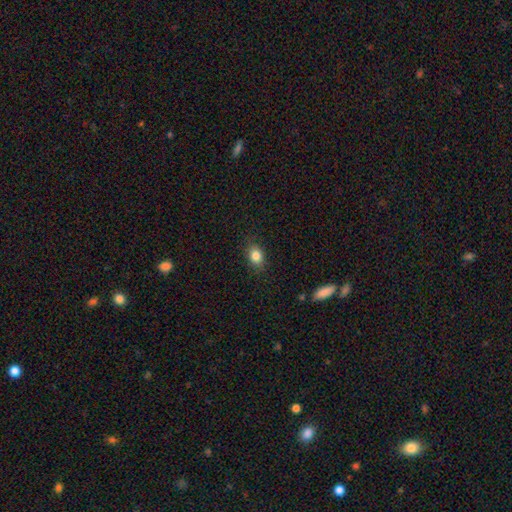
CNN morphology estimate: type=smooth (84%); roundness=in between (69%); merging=none (85%).